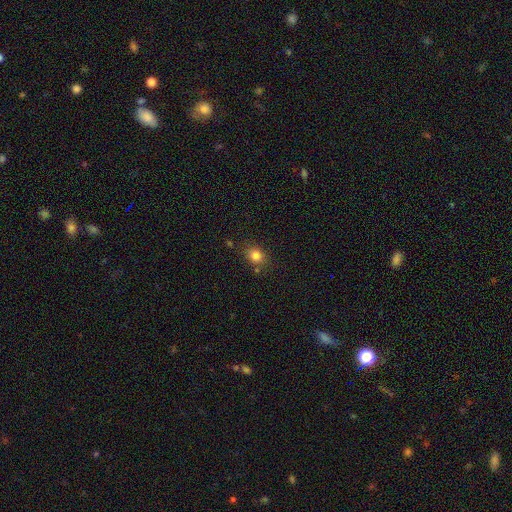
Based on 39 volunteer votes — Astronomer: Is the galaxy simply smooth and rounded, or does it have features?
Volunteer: smooth — 79%.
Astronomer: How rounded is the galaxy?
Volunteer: round — 65%.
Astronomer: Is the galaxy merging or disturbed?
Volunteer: none — 69%.